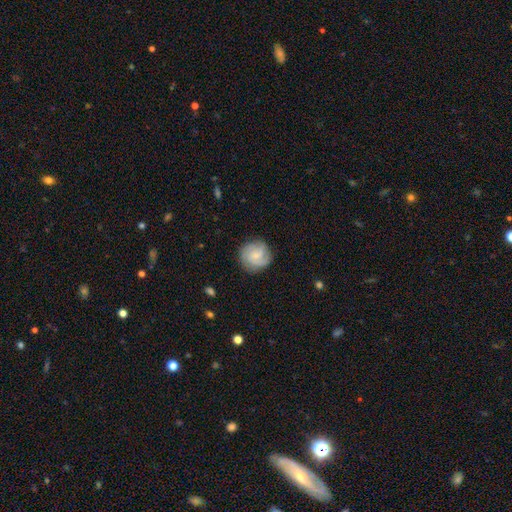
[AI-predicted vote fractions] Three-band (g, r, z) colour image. It shows a featured or disk galaxy (57%) with no bar (60%), 2 (34%) tight (52%) spiral arms (92%) and a small central bulge (66%). Merging: none (82%).